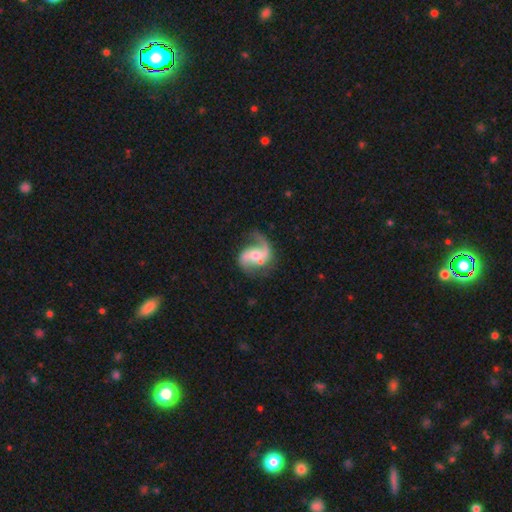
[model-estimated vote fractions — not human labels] Overall: featured or disk (86%). Edge-on disk: no (98%). Bar: weak (41%; no 40%). Spiral arms: yes (96%). Spiral arm count: 2 (77%). Spiral winding: loose (54%; medium 38%). Bulge size: moderate (57%; small 33%). Merging: none (59%; minor disturbance 20%).